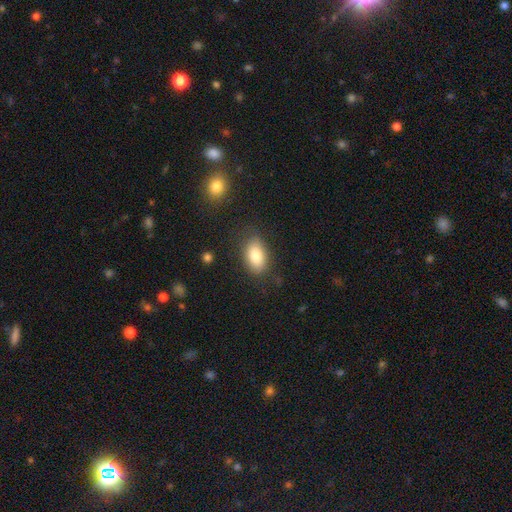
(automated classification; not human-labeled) Morphology: type=smooth (82%); roundness=in between (89%); merging=none (78%).